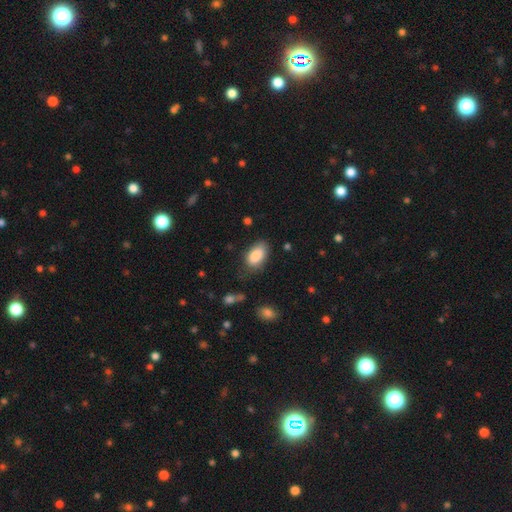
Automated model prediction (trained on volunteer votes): Overall: smooth (86%). How rounded: in between (94%). Merging: none (71%).